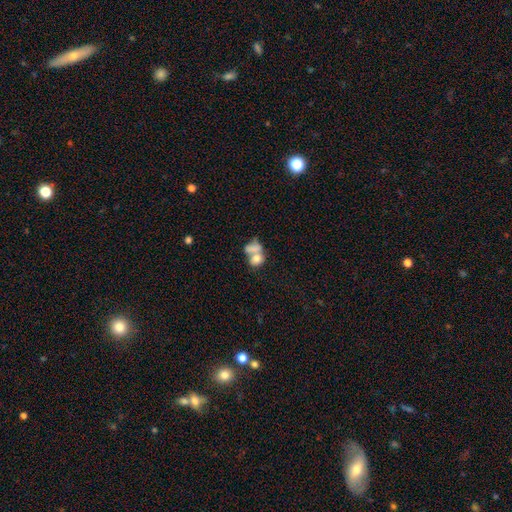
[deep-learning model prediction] The model was most divided on "how rounded": in between: 61%, round: 36%, cigar-shaped: 3%. More confident: smooth or featured — smooth (71%); merging — merger (63%).